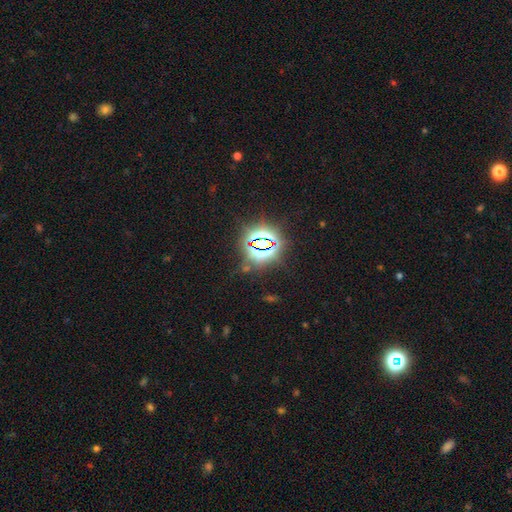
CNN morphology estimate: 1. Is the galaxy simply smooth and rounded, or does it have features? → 82% star or artifact, 12% smooth, 7% featured or disk.